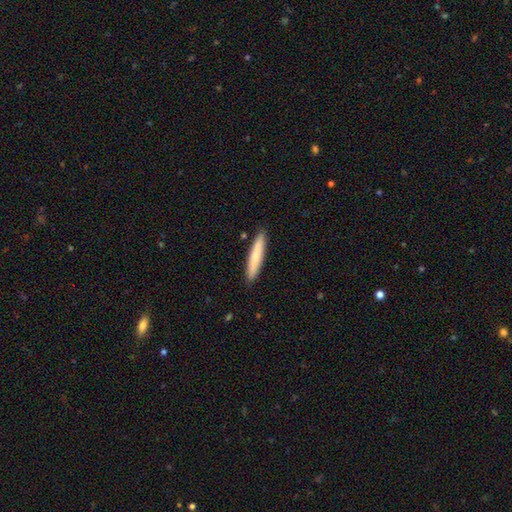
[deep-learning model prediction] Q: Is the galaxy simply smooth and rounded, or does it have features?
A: smooth — 75%.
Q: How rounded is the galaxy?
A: cigar-shaped — 92%.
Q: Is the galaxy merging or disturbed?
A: none — 90%.